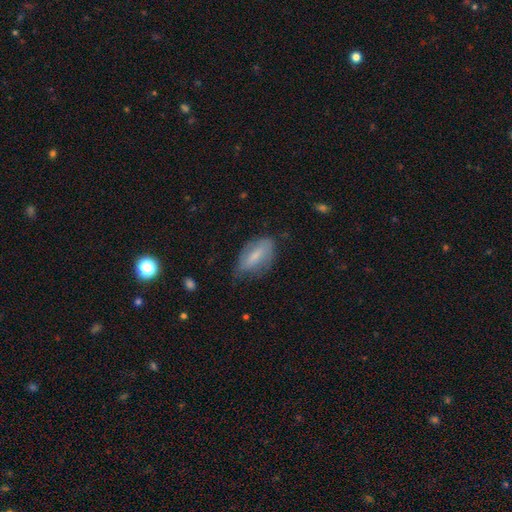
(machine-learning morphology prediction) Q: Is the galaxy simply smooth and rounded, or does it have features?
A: smooth — 58%.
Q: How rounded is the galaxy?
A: in between — 85%.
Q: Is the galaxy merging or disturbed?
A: none — 57%.